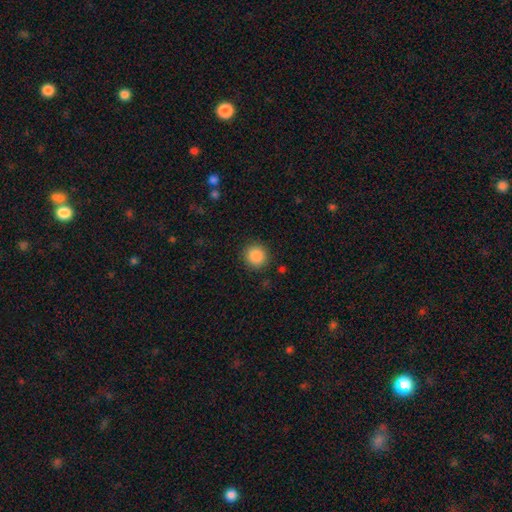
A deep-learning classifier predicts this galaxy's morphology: A smooth galaxy with no disk features (88%) that is round (92%). Merging: none (90%).